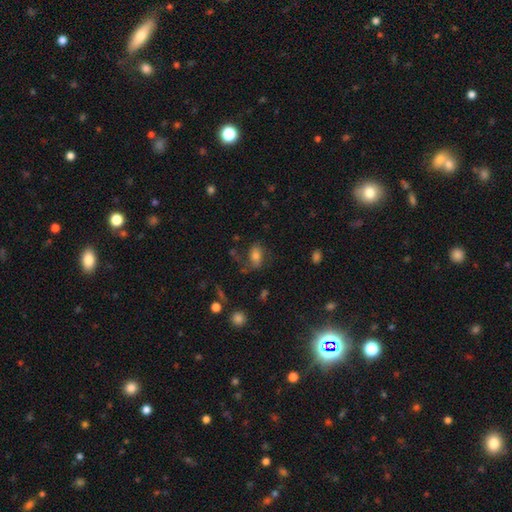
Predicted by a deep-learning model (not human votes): smooth_or_featured: smooth (p=0.54) [alt: featured or disk p=0.34]
how_rounded: in between (p=0.83) [alt: round p=0.14]
merging: none (p=0.52) [alt: major disturbance p=0.23]